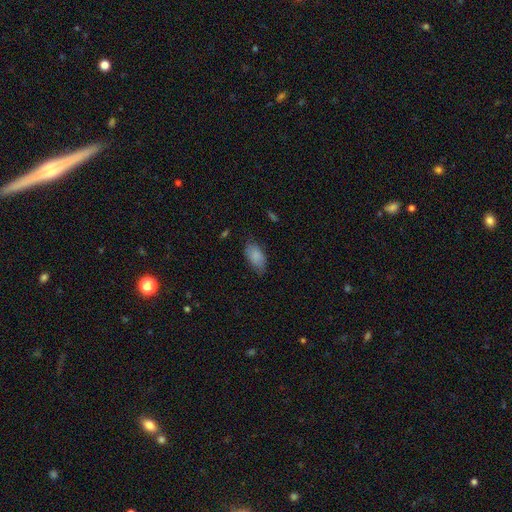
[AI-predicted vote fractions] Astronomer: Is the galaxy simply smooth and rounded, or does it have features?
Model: smooth — 85%.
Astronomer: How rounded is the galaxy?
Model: in between — 93%.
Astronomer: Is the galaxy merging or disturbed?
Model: none — 68%.